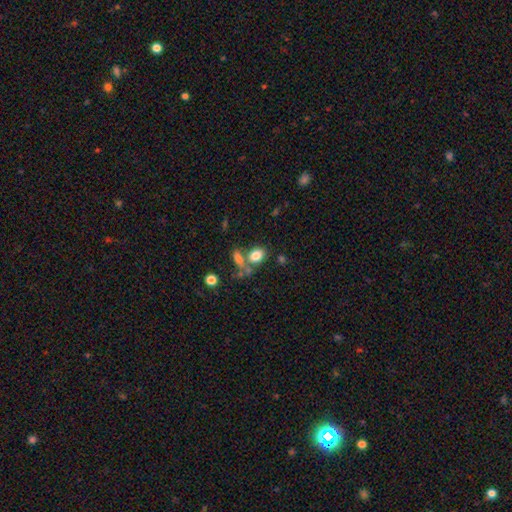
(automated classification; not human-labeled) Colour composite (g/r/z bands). It shows a smooth galaxy with no disk features (79%) that is in between round and cigar-shaped (73%). Merging: none (51%).